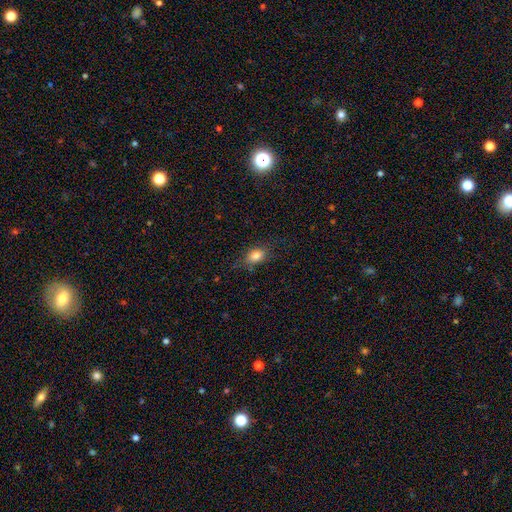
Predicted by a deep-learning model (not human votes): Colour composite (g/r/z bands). It shows a smooth galaxy with no disk features (82%) that is in between round and cigar-shaped (72%). Merging: none (75%).